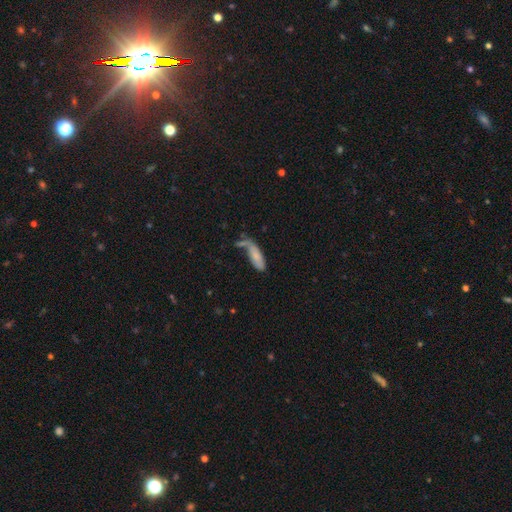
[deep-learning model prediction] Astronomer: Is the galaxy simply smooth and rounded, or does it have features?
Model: smooth — 71%.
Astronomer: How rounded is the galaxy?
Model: in between — 60% (runner-up: cigar-shaped, 37%).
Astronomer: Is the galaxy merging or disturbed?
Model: none — 40% (runner-up: minor disturbance, 24%).